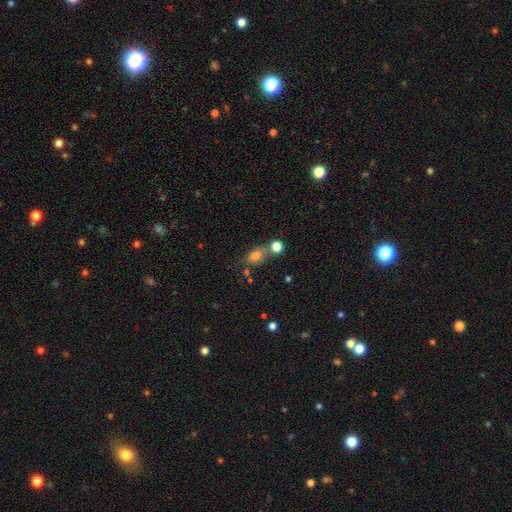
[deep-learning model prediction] Smooth or featured? smooth (75%)
How rounded? in between (68%)
Merging? none (53%)